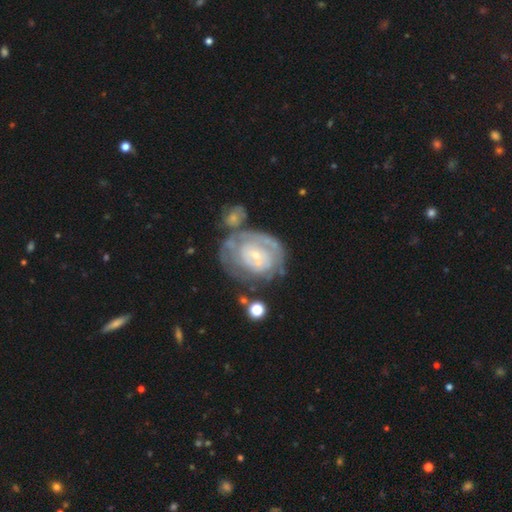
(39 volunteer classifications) Smooth or featured? featured or disk (77%)
Edge-on disk? no (97%)
Bar? no (69%)
Spiral arms? yes (69%)
Spiral winding? tight (70%)
Spiral arm count? can't tell (45%)
Bulge size? small (79%)
Merging? none (49%)